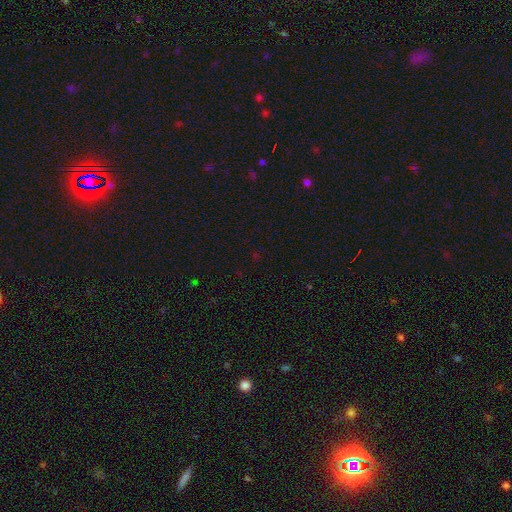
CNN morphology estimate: A star or artifact, not a galaxy (68%).